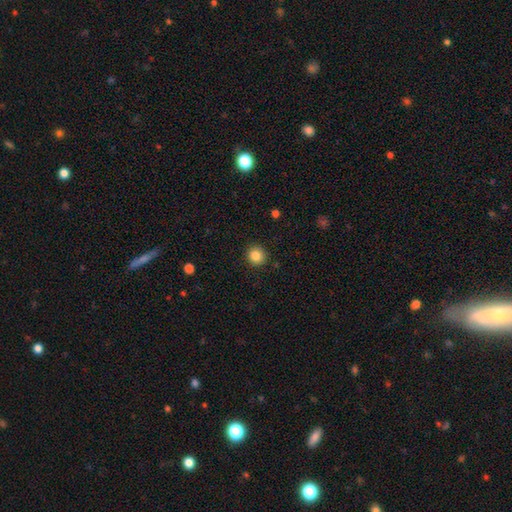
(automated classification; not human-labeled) This appears to be a smooth galaxy with no disk features (85%) that is round (92%). Merging: none (91%).